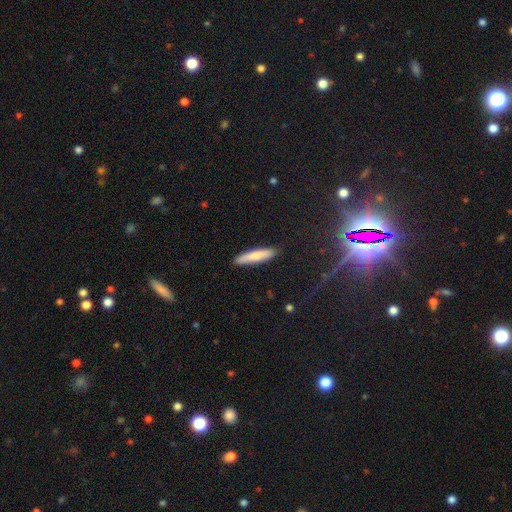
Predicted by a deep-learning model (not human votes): Smooth or featured? smooth (78%)
How rounded? cigar-shaped (86%)
Merging? none (89%)